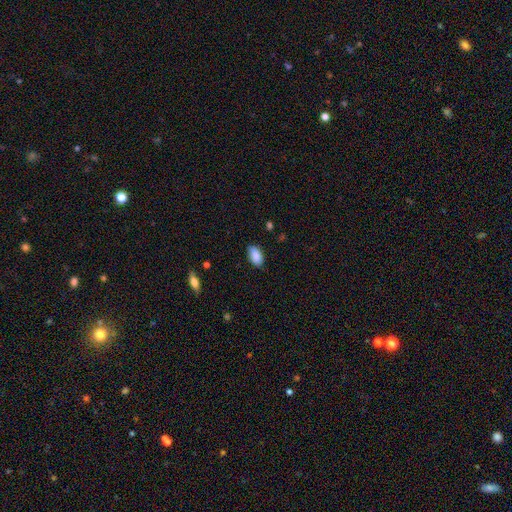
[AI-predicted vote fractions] Q: Smooth or featured?
A: smooth (89%); runner-up: star or artifact (7%)
Q: How rounded?
A: in between (94%); runner-up: round (4%)
Q: Merging?
A: none (84%); runner-up: minor disturbance (12%)